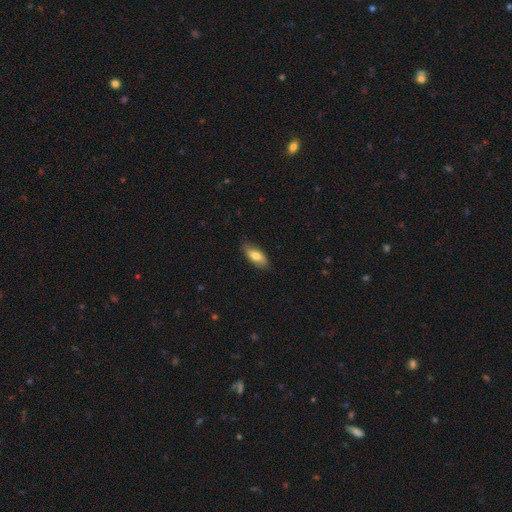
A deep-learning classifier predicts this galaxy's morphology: Smooth or featured: smooth — 76% (featured or disk — 18%)
How rounded: in between — 84% (cigar-shaped — 13%)
Merging: none — 78% (minor disturbance — 18%)